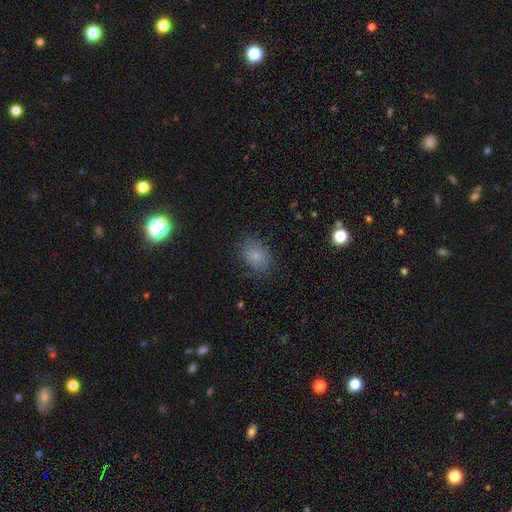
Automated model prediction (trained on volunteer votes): smooth 78%, star or artifact 13%, featured or disk 9%. Down the decision tree: how rounded — in between (64%); merging — none (79%).